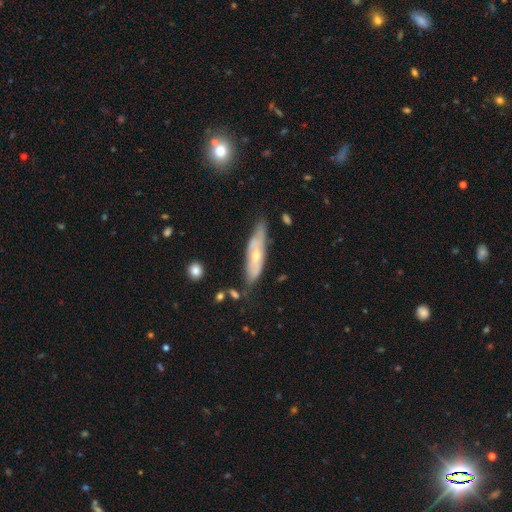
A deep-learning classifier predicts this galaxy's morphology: smooth_or_featured: featured or disk (p=0.57) [alt: smooth p=0.36]
disk_edge_on: no (p=0.55) [alt: yes p=0.45]
merging: none (p=0.62) [alt: minor disturbance p=0.27]